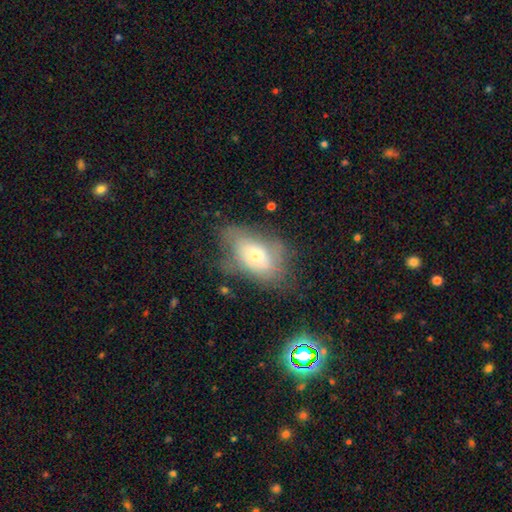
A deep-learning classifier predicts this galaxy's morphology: Smooth or featured? Predicted: smooth (p=0.54). How rounded? Predicted: in between (p=0.87). Merging? Predicted: none (p=0.43).